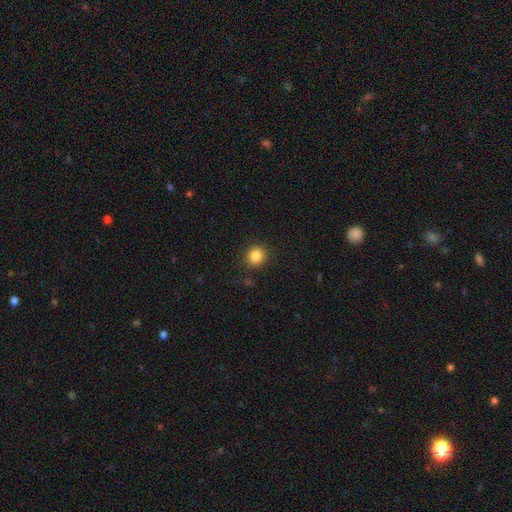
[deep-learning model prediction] A smooth galaxy with no disk features (85%) that is round (87%).

Vote fractions:
- Smooth or featured? smooth: 85% / star or artifact: 11% / featured or disk: 4%
- How rounded? round: 87% / in between: 12% / cigar-shaped: 1%
- Merging? none: 89% / minor disturbance: 7% / major disturbance: 3% / merger: 1%